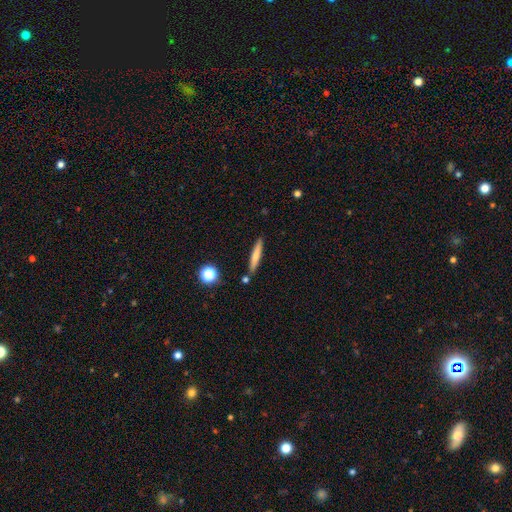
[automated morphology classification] This appears to be a smooth galaxy with no disk features (68%) that is cigar-shaped (93%). Merging: none (84%).